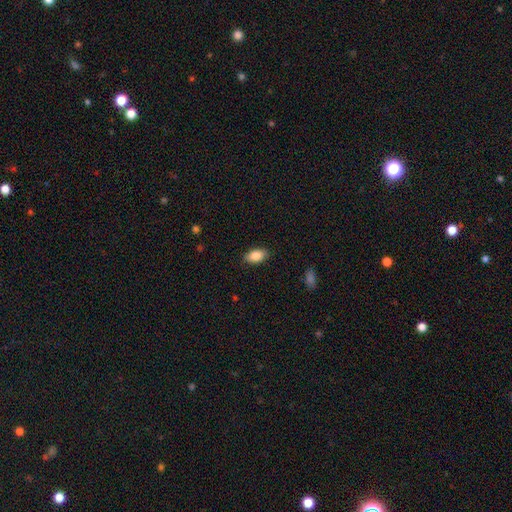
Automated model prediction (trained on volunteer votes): Smooth or featured: smooth — 85% (featured or disk — 8%)
How rounded: in between — 92% (round — 4%)
Merging: none — 87% (minor disturbance — 10%)